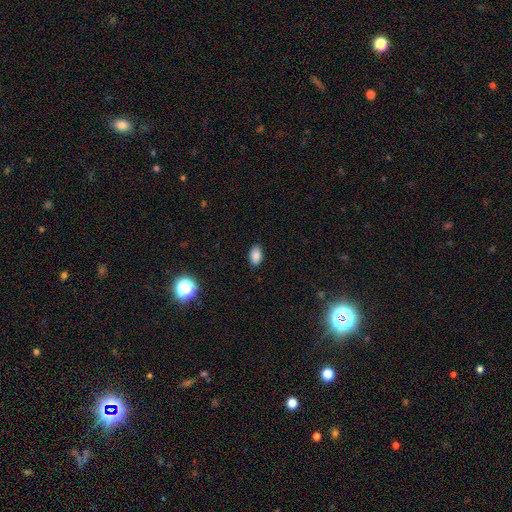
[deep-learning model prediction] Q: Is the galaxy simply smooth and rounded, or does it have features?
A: smooth — 85%.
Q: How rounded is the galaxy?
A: in between — 90%.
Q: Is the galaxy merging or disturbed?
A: none — 86%.